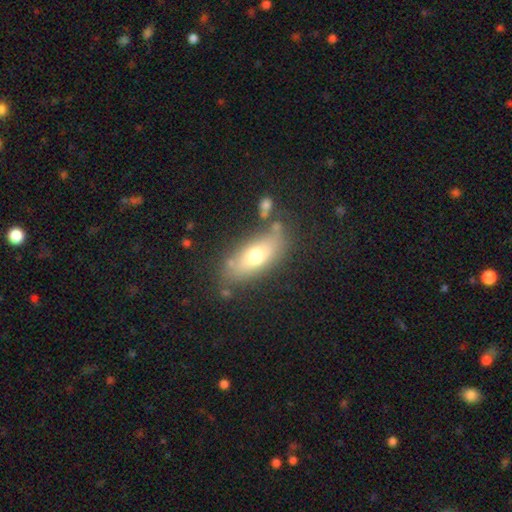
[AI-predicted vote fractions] Smooth or featured? Predicted: smooth (p=0.64). How rounded? Predicted: in between (p=0.74). Merging? Predicted: none (p=0.72).